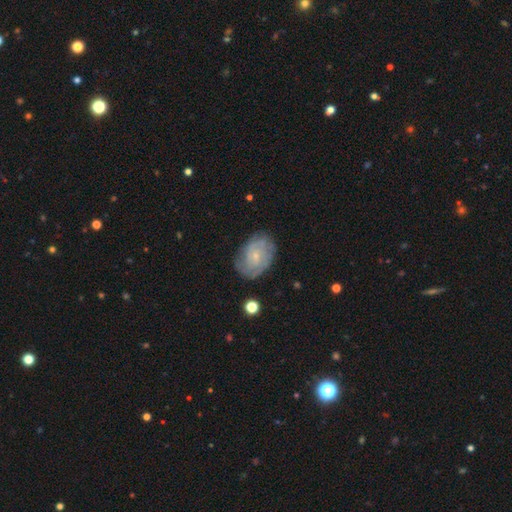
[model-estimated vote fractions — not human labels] This is likely a featured or disk galaxy (65%). It is clearly not viewed edge-on (97%). Bar: likely no (76%). Spiral arm pattern: clearly yes (87%). Spiral arm count: possibly can't tell (47%). Spiral winding: likely tight (62%). Central bulge: likely small (79%). Merging: likely none (74%).